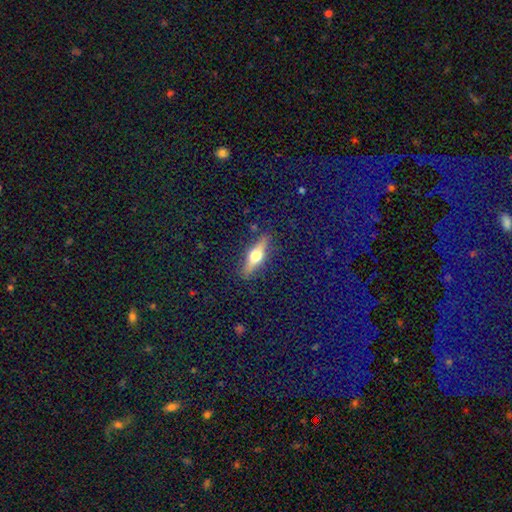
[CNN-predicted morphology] smooth_or_featured: featured or disk (p=0.59) [alt: smooth p=0.33]
disk_edge_on: yes (p=0.94) [alt: no p=0.06]
edge_on_bulge: rounded (p=0.95) [alt: boxy p=0.03]
merging: none (p=0.87) [alt: minor disturbance p=0.09]